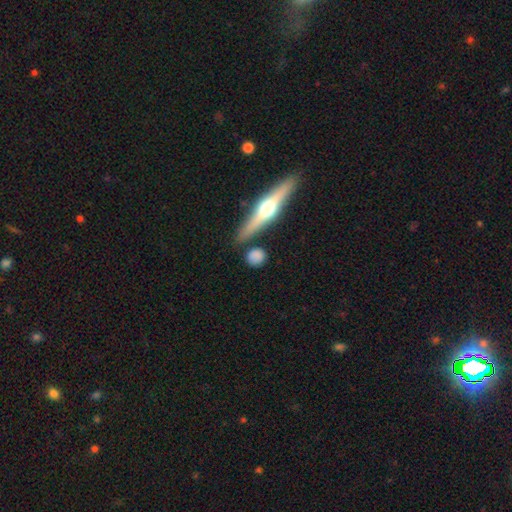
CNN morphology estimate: type=smooth (77%); roundness=round (74%); merging=none (77%).